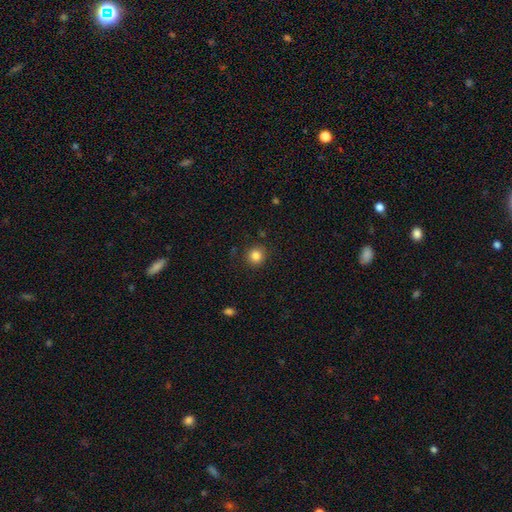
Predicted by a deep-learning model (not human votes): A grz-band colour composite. It shows a smooth galaxy with no disk features (84%) that is round (91%). Merging: none (89%).